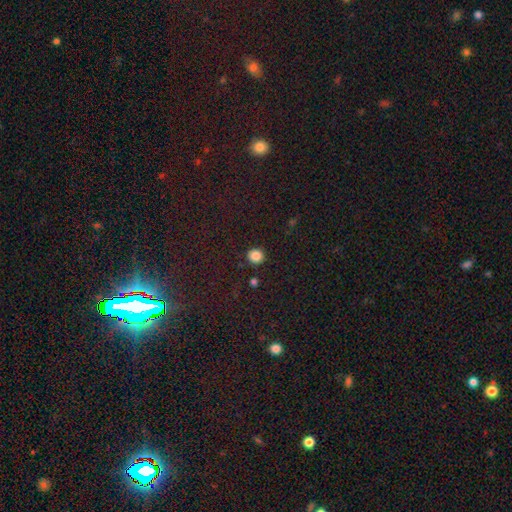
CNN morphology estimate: Smooth or featured? smooth (85%)
How rounded? round (91%)
Merging? none (91%)